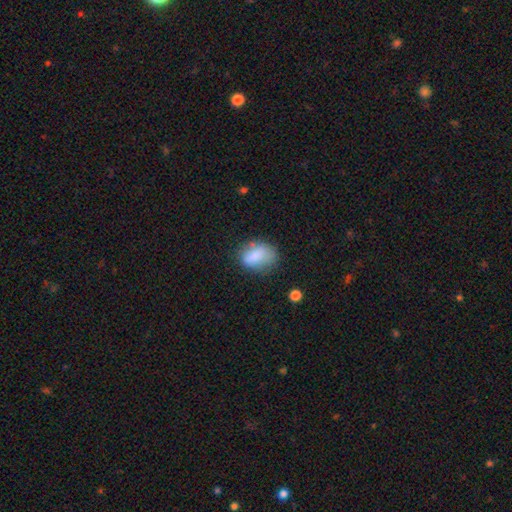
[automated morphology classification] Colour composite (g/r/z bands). It shows a smooth galaxy with no disk features (80%) that is in between round and cigar-shaped (79%). Merging: none (57%).